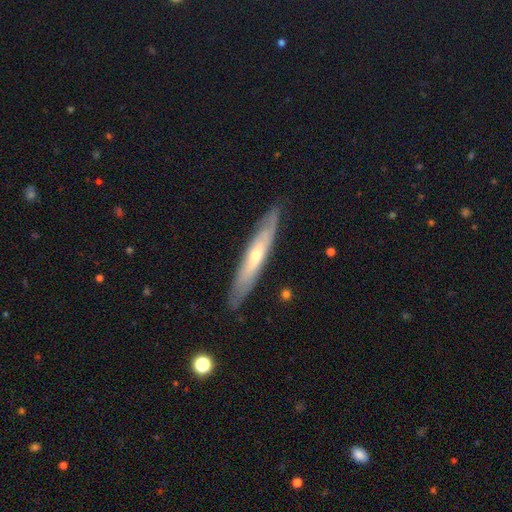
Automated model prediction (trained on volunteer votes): Overall: featured or disk (65%; smooth 28%). Edge-on disk: yes (72%). Merging: none (85%).